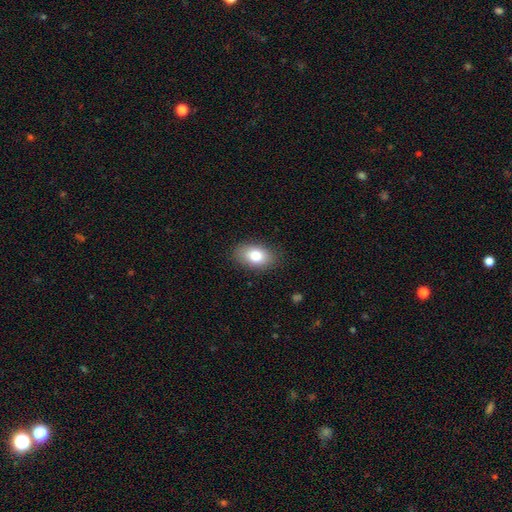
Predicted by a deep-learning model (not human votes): smooth 79%, featured or disk 13%, star or artifact 8%. Down the decision tree: how rounded — in between (87%); merging — none (86%).